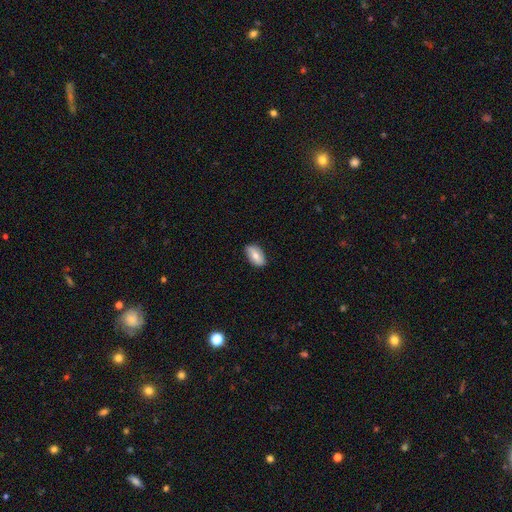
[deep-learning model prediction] A smooth galaxy with no disk features (64%) that is in between round and cigar-shaped (91%).

Vote fractions:
- Smooth or featured? smooth: 64% / featured or disk: 30% / star or artifact: 6%
- How rounded? in between: 91% / cigar-shaped: 5% / round: 4%
- Merging? none: 86% / minor disturbance: 11% / major disturbance: 2% / merger: 1%